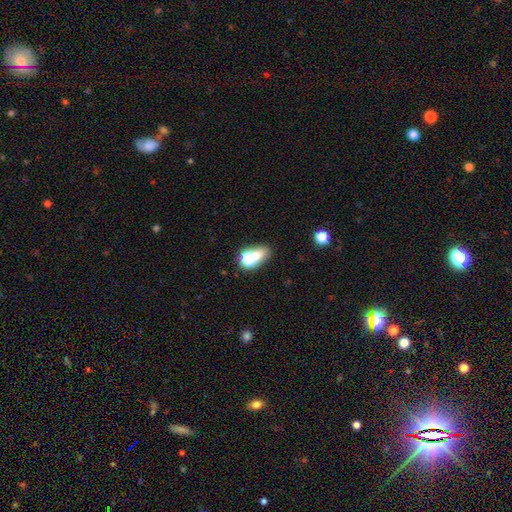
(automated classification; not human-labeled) This is likely a smooth galaxy (63%). How rounded: likely in between (61%). Merging: possibly merger (48%).